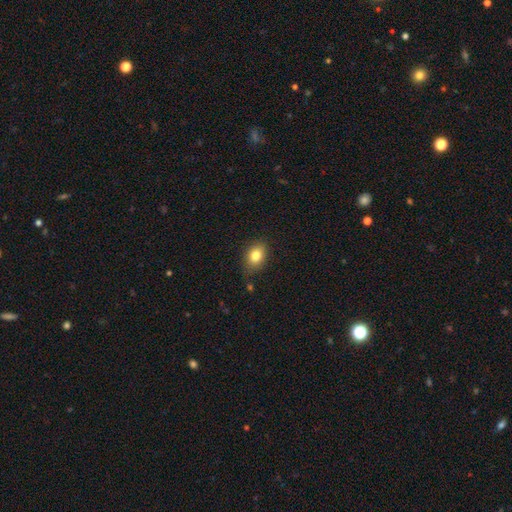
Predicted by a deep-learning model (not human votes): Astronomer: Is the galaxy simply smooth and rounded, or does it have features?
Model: smooth — 82%.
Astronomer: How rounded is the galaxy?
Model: in between — 69%.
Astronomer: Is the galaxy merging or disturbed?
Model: none — 78%.